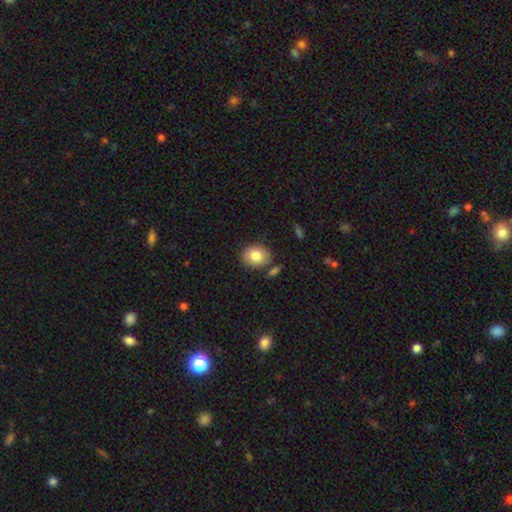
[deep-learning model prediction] This appears to be a smooth galaxy with no disk features (82%) that is in between round and cigar-shaped (50%). Merging: none (79%).